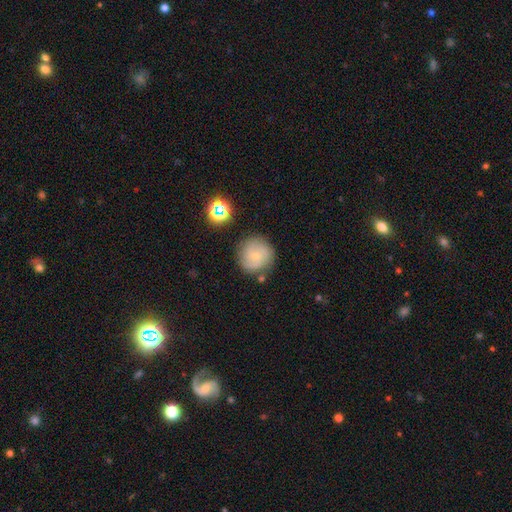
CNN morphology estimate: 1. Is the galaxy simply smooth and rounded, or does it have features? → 57% smooth, 33% featured or disk, 10% star or artifact.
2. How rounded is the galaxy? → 93% round, 6% in between, 1% cigar-shaped.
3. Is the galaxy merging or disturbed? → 76% none, 14% minor disturbance, 5% merger, 4% major disturbance.